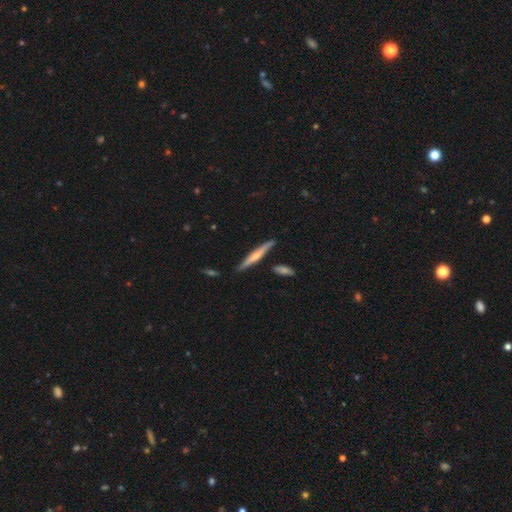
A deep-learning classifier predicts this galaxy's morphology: The model was most divided on "smooth or featured": featured or disk: 49%, smooth: 46%, star or artifact: 6%. More confident: merging — none (84%).